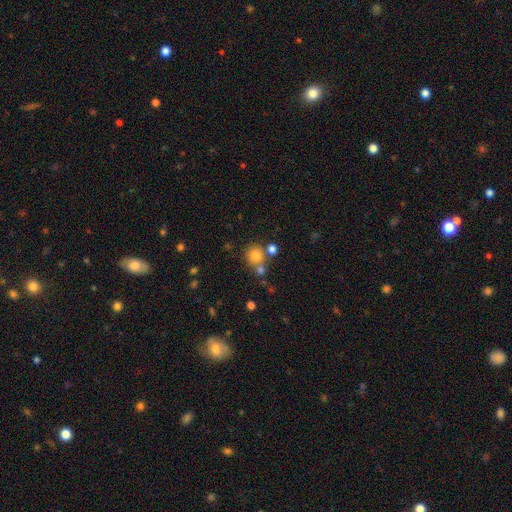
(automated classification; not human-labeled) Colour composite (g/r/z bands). It shows a smooth galaxy with no disk features (78%) that is round (91%). Merging: none (66%).